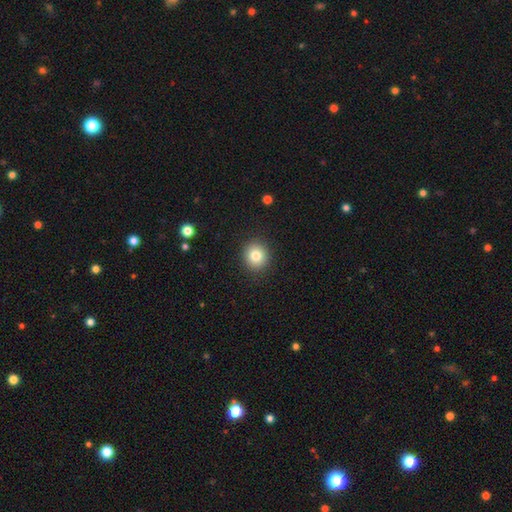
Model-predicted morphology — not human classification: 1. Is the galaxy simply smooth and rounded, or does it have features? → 81% smooth, 11% star or artifact, 8% featured or disk.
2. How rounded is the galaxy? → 87% round, 12% in between, 1% cigar-shaped.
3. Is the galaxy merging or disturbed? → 91% none, 6% minor disturbance, 2% major disturbance, 1% merger.